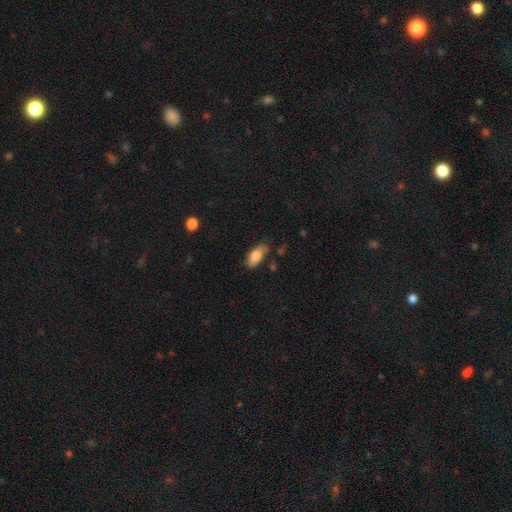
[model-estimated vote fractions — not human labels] Q: Smooth or featured?
A: smooth (79%); runner-up: featured or disk (14%)
Q: How rounded?
A: in between (87%); runner-up: cigar-shaped (10%)
Q: Merging?
A: none (72%); runner-up: minor disturbance (21%)